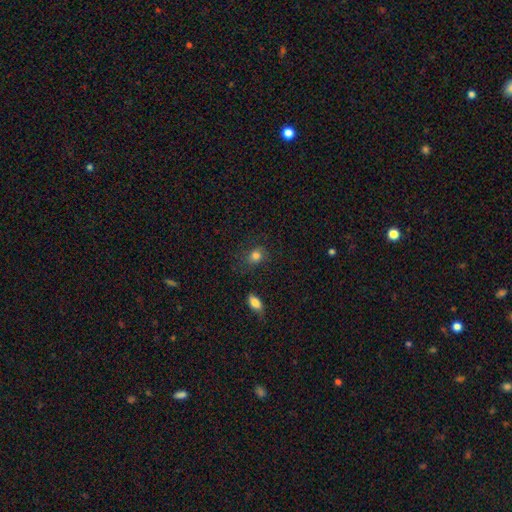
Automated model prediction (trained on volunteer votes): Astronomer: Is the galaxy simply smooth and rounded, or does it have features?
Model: smooth — 82%.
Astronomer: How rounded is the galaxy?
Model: round — 50% (runner-up: in between, 48%).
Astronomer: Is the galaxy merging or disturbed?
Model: none — 73%.